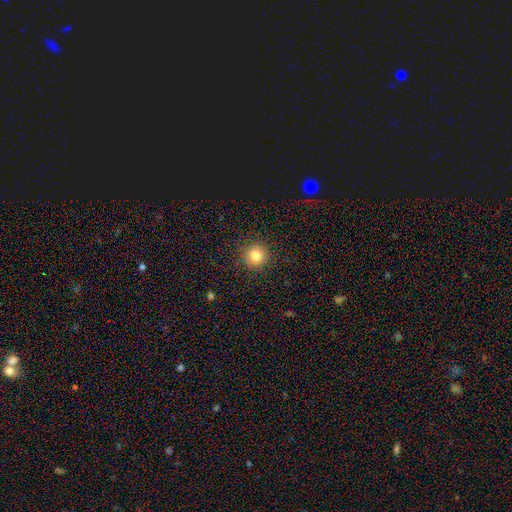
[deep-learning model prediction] Smooth or featured? Predicted: smooth (p=0.83). How rounded? Predicted: round (p=0.93). Merging? Predicted: none (p=0.90).